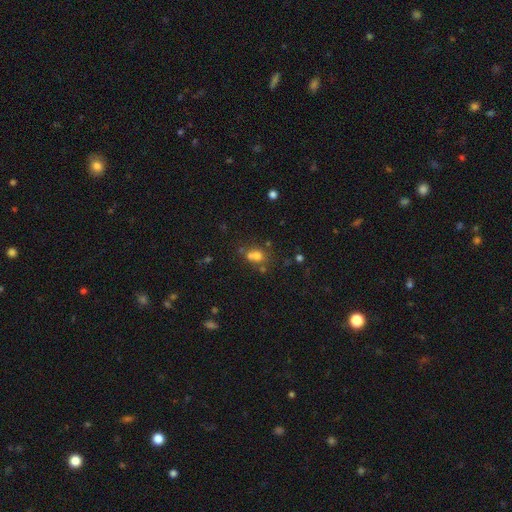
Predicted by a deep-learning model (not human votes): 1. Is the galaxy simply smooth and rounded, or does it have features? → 63% smooth, 20% star or artifact, 16% featured or disk.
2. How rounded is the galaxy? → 72% round, 27% in between, 1% cigar-shaped.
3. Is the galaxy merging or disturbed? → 44% merger, 41% none, 10% minor disturbance, 5% major disturbance.